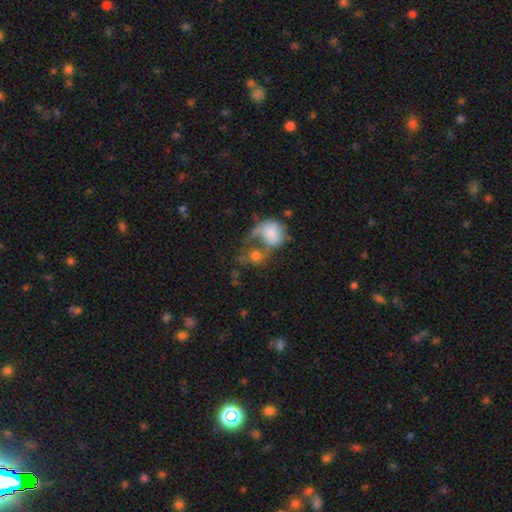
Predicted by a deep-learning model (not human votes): Smooth or featured: smooth — 63% (featured or disk — 25%)
How rounded: round — 55% (in between — 43%)
Merging: merger — 49% (major disturbance — 24%)